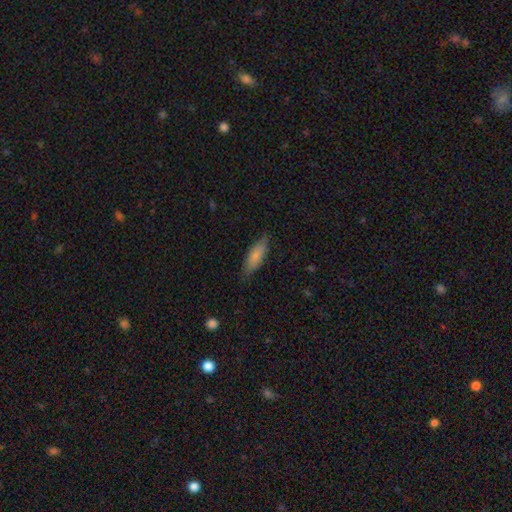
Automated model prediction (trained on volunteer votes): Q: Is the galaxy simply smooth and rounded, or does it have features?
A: smooth — 81%.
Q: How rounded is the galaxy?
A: in between — 52%.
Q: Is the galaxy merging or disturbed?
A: none — 80%.